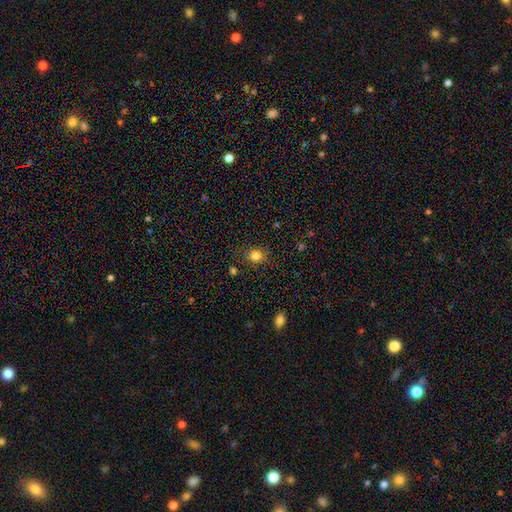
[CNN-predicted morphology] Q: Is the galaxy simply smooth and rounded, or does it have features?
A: smooth — 82%.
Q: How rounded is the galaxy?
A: round — 65%.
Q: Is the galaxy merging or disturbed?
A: none — 85%.